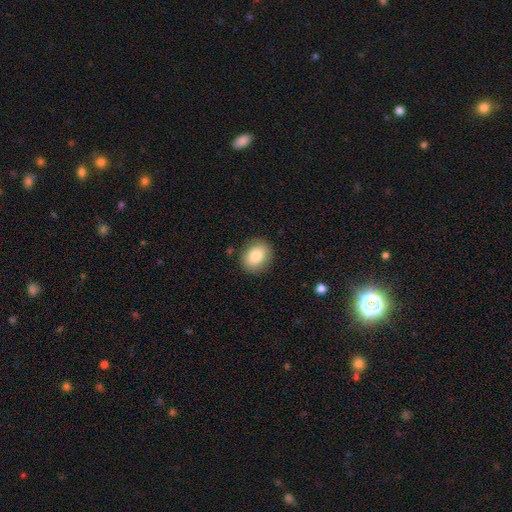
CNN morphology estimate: Overall: smooth (82%). How rounded: round (53%; in between 46%). Merging: none (86%).